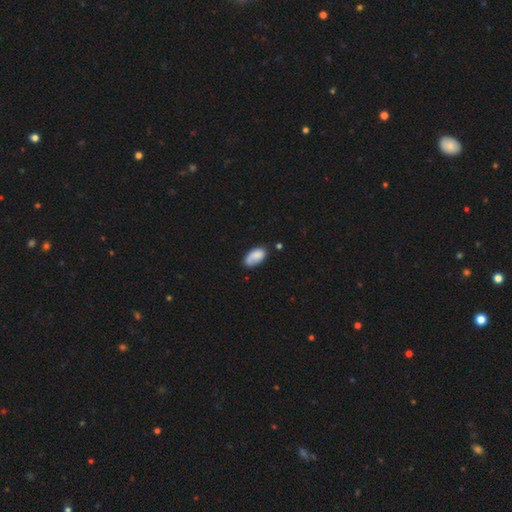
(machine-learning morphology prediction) A smooth galaxy with no disk features (79%) that is in between round and cigar-shaped (94%). Merging: none (62%).